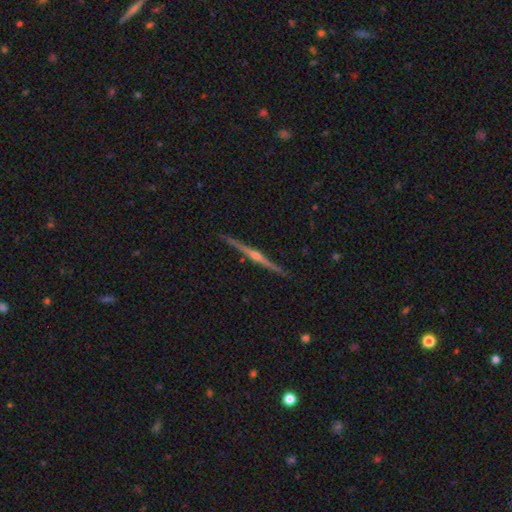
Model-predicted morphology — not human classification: Smooth or featured? featured or disk (88%)
Edge-on disk? yes (99%)
Edge-on bulge? rounded (92%)
Merging? none (92%)